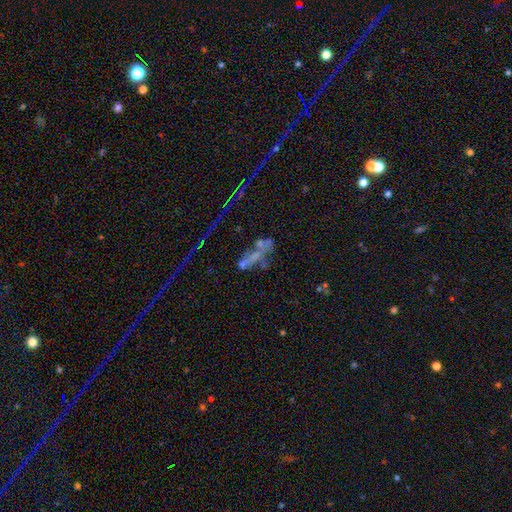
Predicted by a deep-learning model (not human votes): Smooth or featured?
  - featured or disk: 41% *
  - star or artifact: 31%
  - smooth: 28%
Merging?
  - none: 31% *
  - major disturbance: 29%
  - merger: 24%
  - minor disturbance: 16%